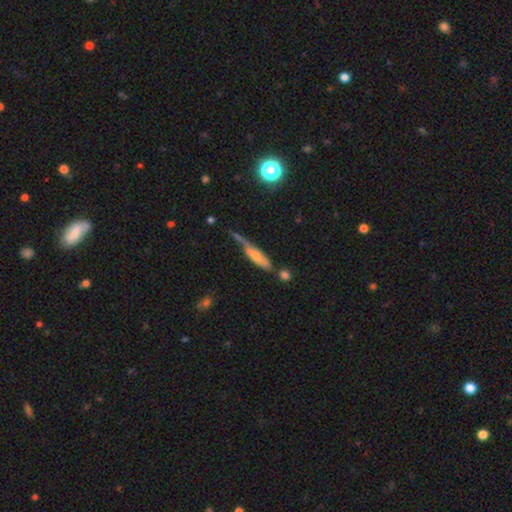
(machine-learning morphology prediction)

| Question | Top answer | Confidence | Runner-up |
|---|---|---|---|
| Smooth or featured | smooth | 50% | featured or disk (41%) |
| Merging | none | 35% | minor disturbance (27%) |